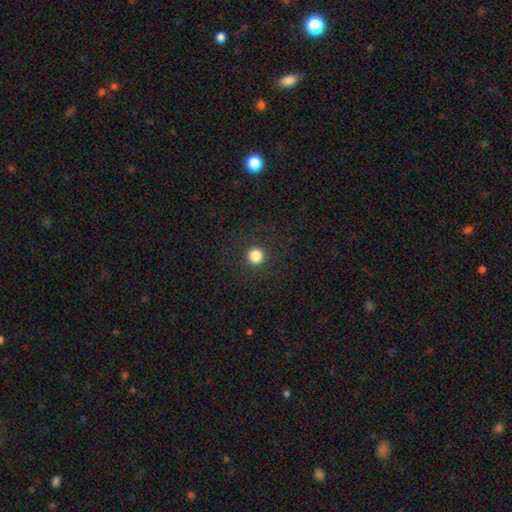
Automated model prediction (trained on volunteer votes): The model was most divided on "smooth or featured": smooth: 84%, star or artifact: 12%, featured or disk: 4%. More confident: how rounded — round (95%); merging — none (91%).